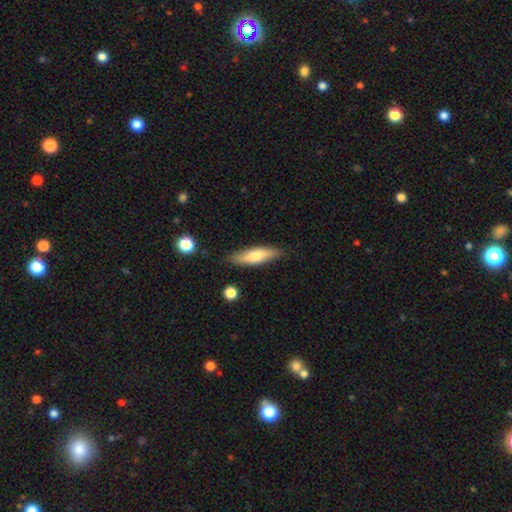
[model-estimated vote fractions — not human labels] Smooth or featured: smooth — 66% (featured or disk — 28%)
How rounded: cigar-shaped — 62% (in between — 36%)
Merging: none — 85% (minor disturbance — 12%)